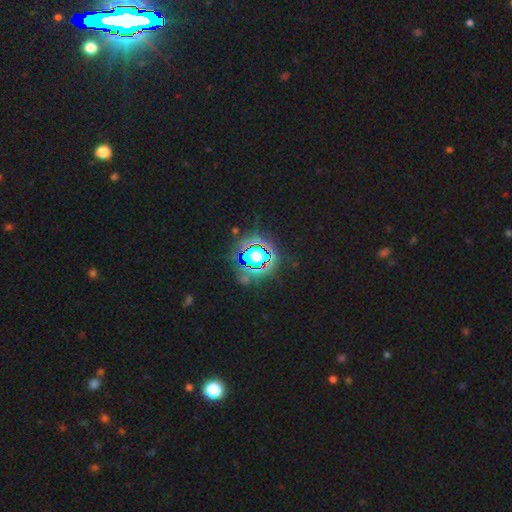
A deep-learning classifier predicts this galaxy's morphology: Smooth or featured? Predicted: star or artifact (p=0.83).